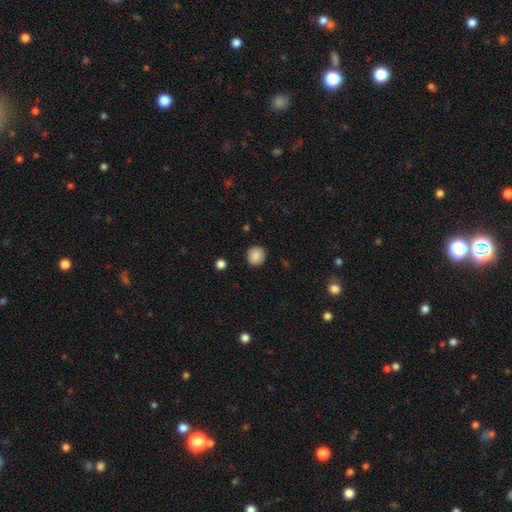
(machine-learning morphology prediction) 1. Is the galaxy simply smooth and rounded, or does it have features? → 87% smooth, 9% star or artifact, 4% featured or disk.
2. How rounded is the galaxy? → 92% round, 8% in between, 1% cigar-shaped.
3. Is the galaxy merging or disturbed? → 91% none, 6% minor disturbance, 2% major disturbance, 1% merger.